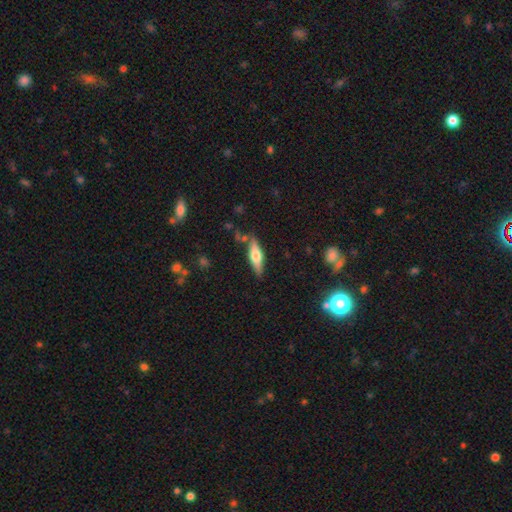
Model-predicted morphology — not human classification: Q: Smooth or featured?
A: smooth (49%); runner-up: featured or disk (45%)
Q: Merging?
A: none (81%); runner-up: minor disturbance (12%)